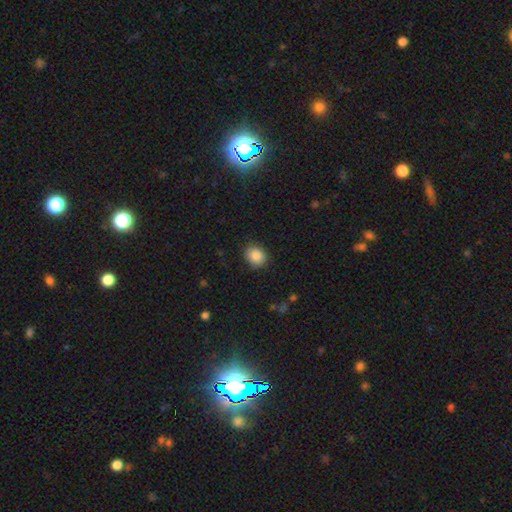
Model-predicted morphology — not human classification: smooth 88%, star or artifact 8%, featured or disk 4%. Down the decision tree: how rounded — round (66%); merging — none (84%).